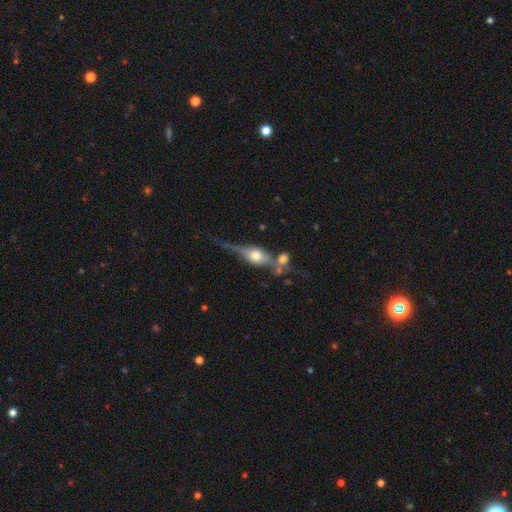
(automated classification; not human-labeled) Q: Smooth or featured?
A: featured or disk (71%); runner-up: smooth (21%)
Q: Edge-on disk?
A: yes (89%); runner-up: no (11%)
Q: Edge-on bulge?
A: rounded (92%); runner-up: boxy (6%)
Q: Merging?
A: none (48%); runner-up: merger (23%)